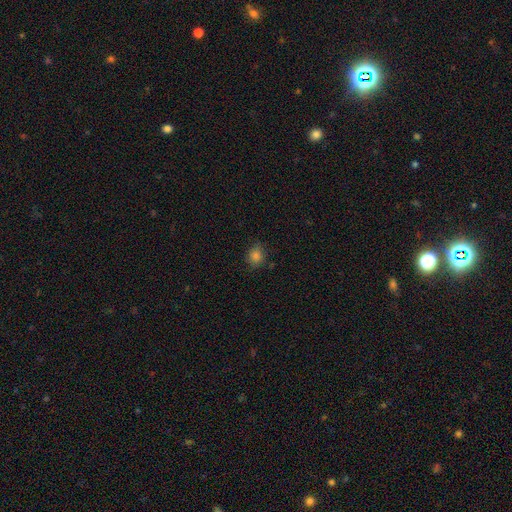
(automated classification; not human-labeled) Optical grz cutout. It shows a smooth galaxy with no disk features (80%) that is round (70%). Merging: none (79%).